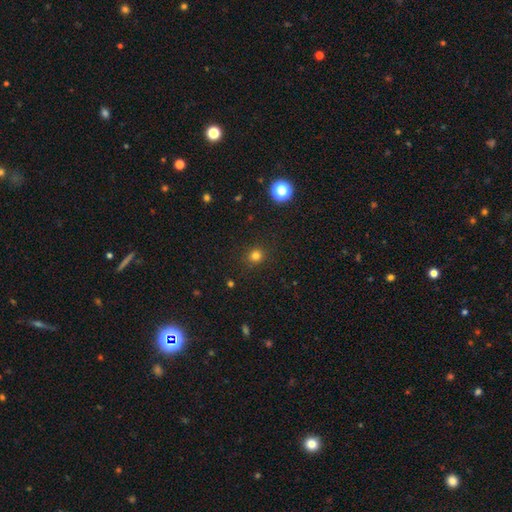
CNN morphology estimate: Smooth or featured? Predicted: smooth (p=0.79). How rounded? Predicted: round (p=0.88). Merging? Predicted: none (p=0.88).